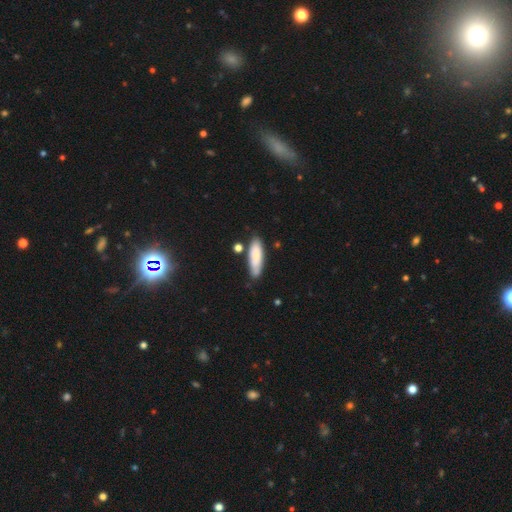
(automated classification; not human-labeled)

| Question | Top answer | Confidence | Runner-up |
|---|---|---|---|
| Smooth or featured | smooth | 78% | featured or disk (16%) |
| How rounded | cigar-shaped | 51% | in between (47%) |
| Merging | none | 71% | minor disturbance (18%) |